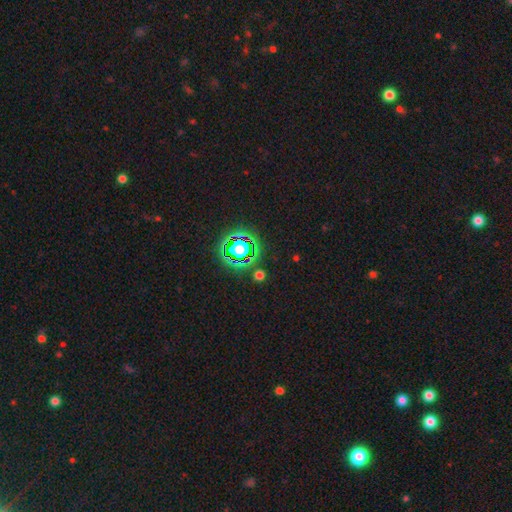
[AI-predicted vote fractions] Smooth or featured: star or artifact — 80% (smooth — 13%)